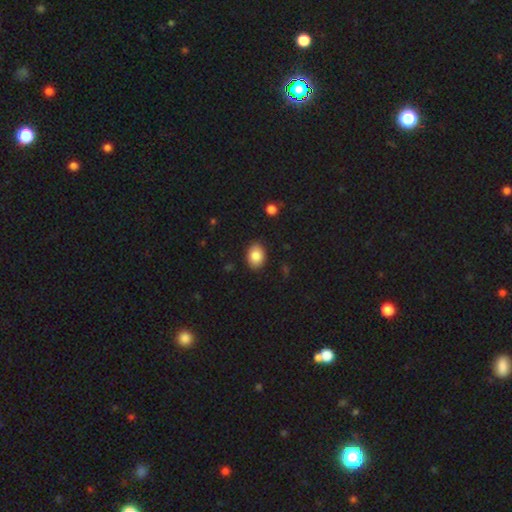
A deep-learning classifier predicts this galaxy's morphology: Smooth or featured: smooth — 85% (star or artifact — 8%)
How rounded: in between — 75% (round — 24%)
Merging: none — 88% (minor disturbance — 9%)